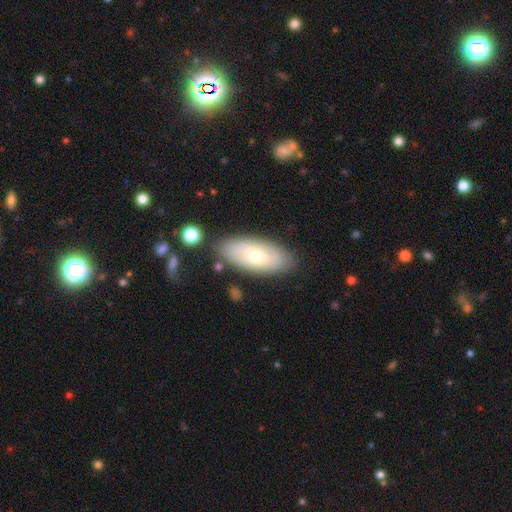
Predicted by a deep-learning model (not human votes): A smooth galaxy with no disk features (64%) that is in between round and cigar-shaped (85%). Merging: none (80%).